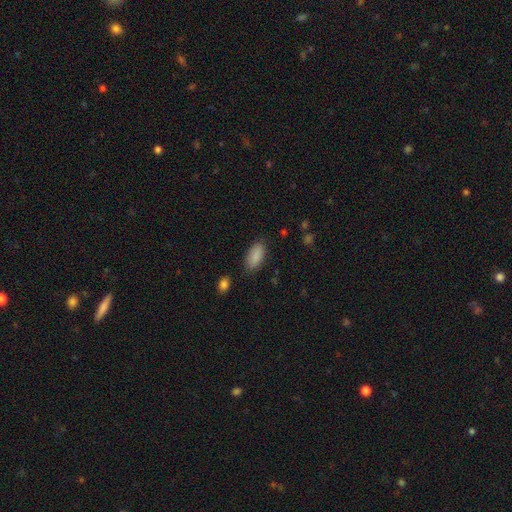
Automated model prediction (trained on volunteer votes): Smooth or featured: smooth — 89% (star or artifact — 7%)
How rounded: in between — 91% (cigar-shaped — 6%)
Merging: none — 83% (minor disturbance — 12%)